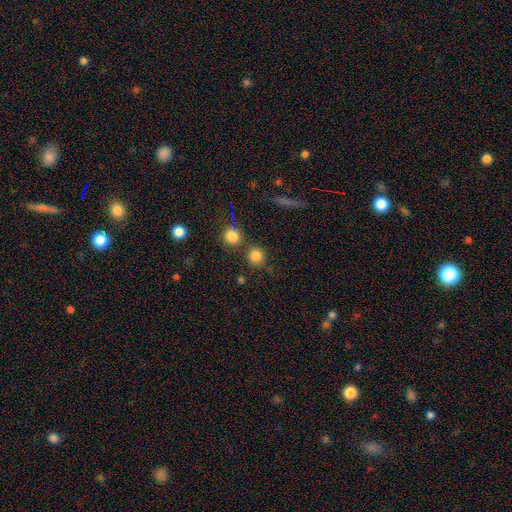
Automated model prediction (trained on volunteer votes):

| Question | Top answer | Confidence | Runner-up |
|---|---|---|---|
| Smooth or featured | smooth | 79% | star or artifact (15%) |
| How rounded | round | 92% | in between (7%) |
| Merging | none | 71% | merger (15%) |